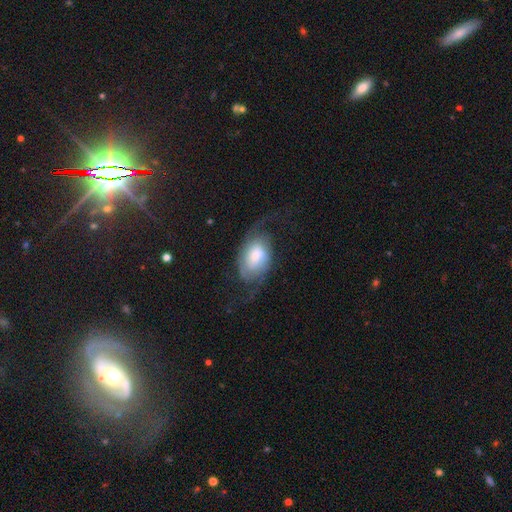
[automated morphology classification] Smooth or featured?
  - featured or disk: 58% *
  - smooth: 34%
  - star or artifact: 8%
Edge-on disk?
  - no: 95% *
  - yes: 5%
Bar?
  - no: 64% *
  - weak: 30%
  - strong: 7%
Spiral arms?
  - yes: 87% *
  - no: 13%
Bulge size?
  - large: 36% *
  - moderate: 25%
  - small: 15%
  - dominant: 15%
  - none: 9%
Merging?
  - none: 44% *
  - major disturbance: 32%
  - minor disturbance: 22%
  - merger: 2%